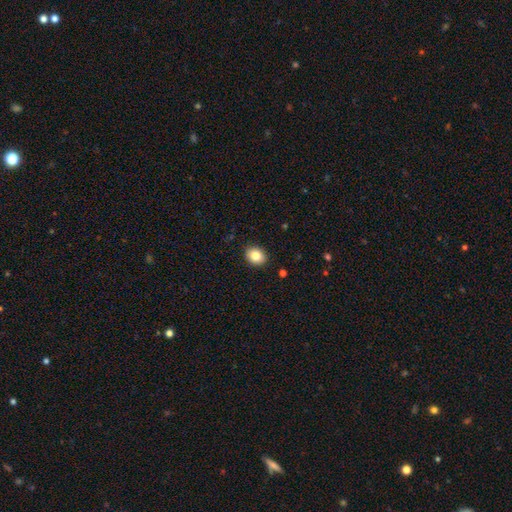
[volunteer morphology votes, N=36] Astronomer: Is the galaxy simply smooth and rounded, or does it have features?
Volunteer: smooth — 86%.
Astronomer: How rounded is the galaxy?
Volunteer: in between — 55% (runner-up: round, 45%).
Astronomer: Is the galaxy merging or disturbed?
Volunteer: none — 94%.